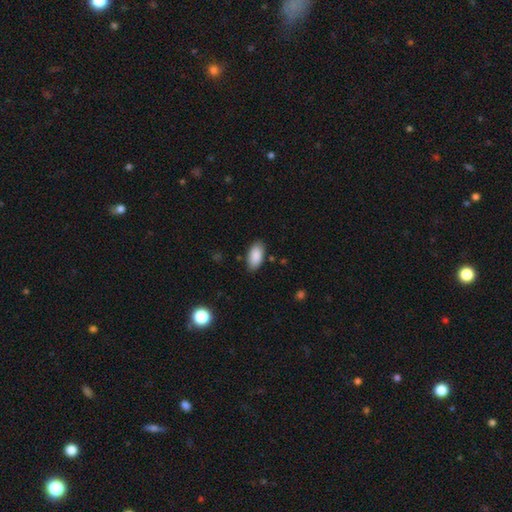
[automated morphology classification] The model was most divided on "merging": none: 84%, minor disturbance: 12%, major disturbance: 2%, merger: 1%. More confident: how rounded — in between (94%); smooth or featured — smooth (89%).